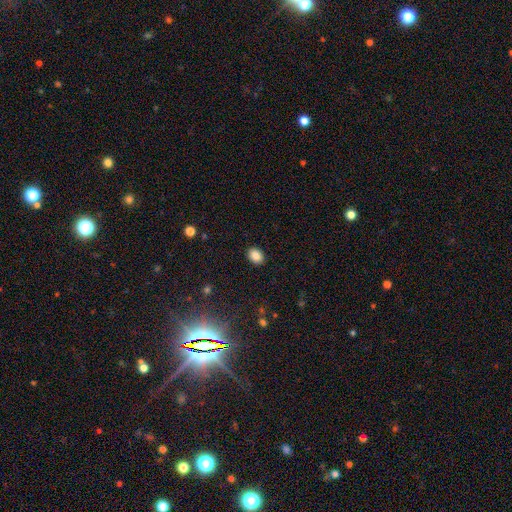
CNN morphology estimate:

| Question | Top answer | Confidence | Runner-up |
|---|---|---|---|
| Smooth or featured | smooth | 86% | star or artifact (9%) |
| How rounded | in between | 65% | round (34%) |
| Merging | none | 90% | minor disturbance (7%) |